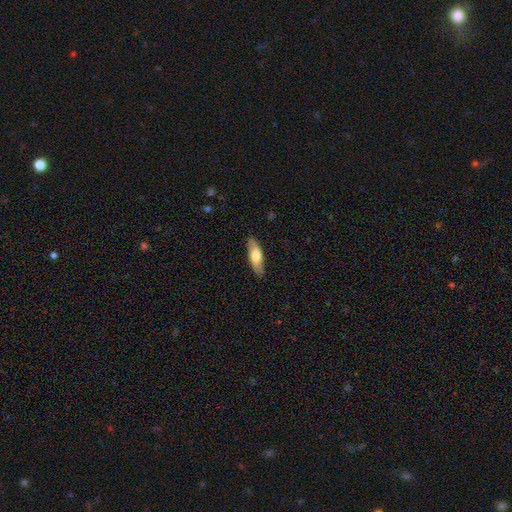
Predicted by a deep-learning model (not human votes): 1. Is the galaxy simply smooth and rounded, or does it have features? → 63% smooth, 32% featured or disk, 5% star or artifact.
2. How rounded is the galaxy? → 49% cigar-shaped (tied), 49% in between (tied), 2% round.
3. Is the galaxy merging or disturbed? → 86% none, 11% minor disturbance, 2% major disturbance, 1% merger.